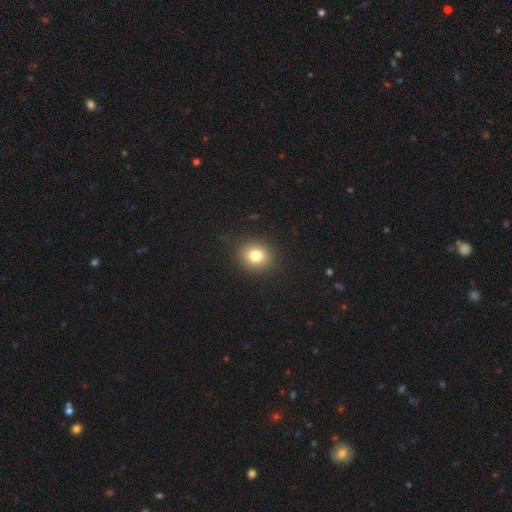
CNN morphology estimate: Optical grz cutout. It shows a smooth galaxy with no disk features (79%) that is round (70%). Merging: none (89%).